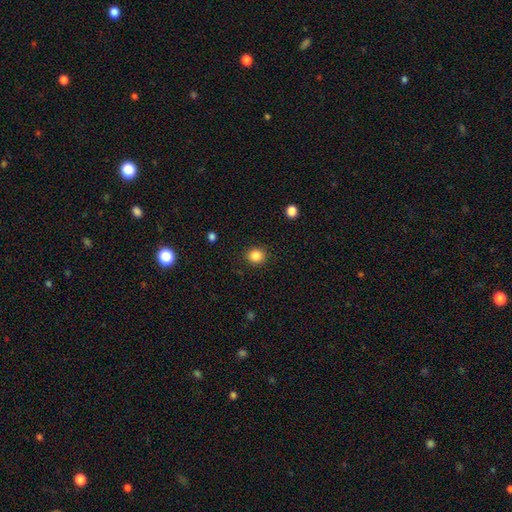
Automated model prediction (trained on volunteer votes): This is clearly a smooth galaxy (86%). How rounded: clearly round (85%). Merging: clearly none (89%).